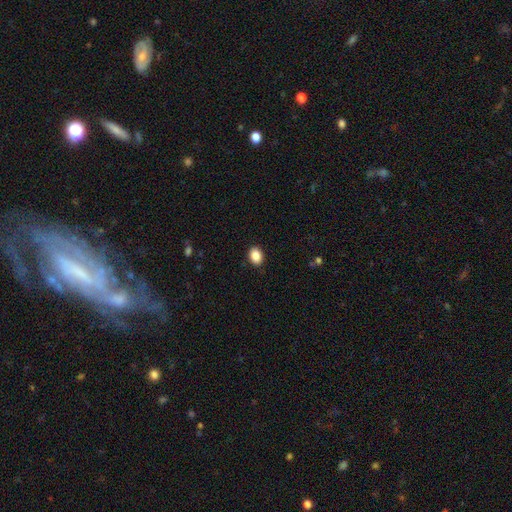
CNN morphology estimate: The model was most divided on "how rounded": in between: 70%, round: 29%, cigar-shaped: 1%. More confident: merging — none (90%); smooth or featured — smooth (88%).